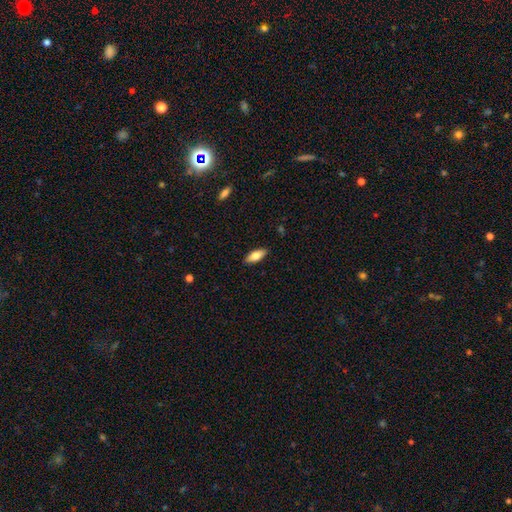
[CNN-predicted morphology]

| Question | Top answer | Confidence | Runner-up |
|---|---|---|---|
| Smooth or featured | smooth | 77% | featured or disk (17%) |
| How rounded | in between | 78% | cigar-shaped (20%) |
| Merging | none | 88% | minor disturbance (9%) |